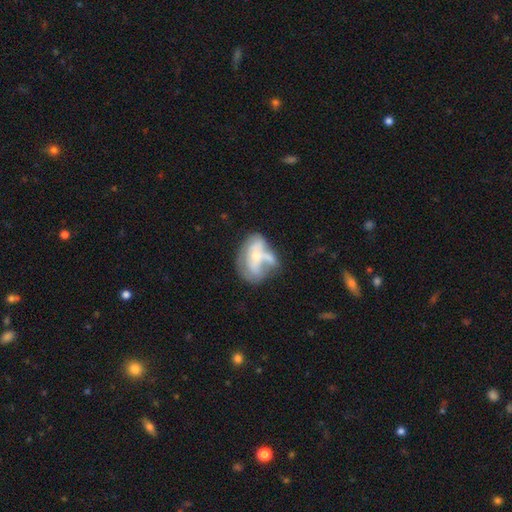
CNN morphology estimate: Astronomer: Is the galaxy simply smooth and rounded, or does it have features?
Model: featured or disk — 57% (runner-up: smooth, 36%).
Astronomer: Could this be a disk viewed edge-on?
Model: no — 96%.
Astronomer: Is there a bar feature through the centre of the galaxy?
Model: no — 74%.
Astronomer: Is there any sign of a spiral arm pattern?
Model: no — 60% (runner-up: yes, 40%).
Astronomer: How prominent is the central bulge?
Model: small — 56% (runner-up: moderate, 34%).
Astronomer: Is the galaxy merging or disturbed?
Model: merger — 36% (runner-up: major disturbance, 24%).